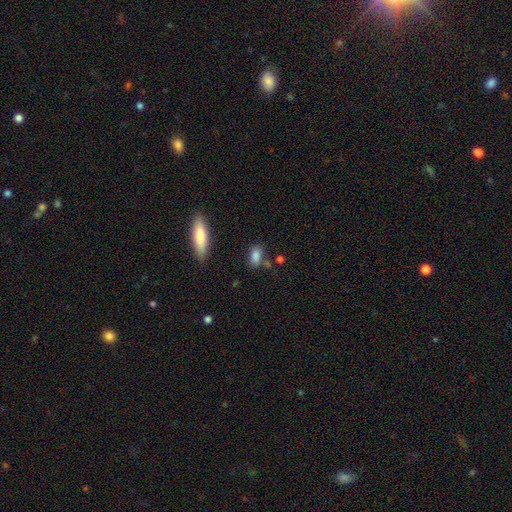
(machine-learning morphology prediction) smooth_or_featured: smooth (p=0.83) [alt: star or artifact p=0.09]
how_rounded: in between (p=0.82) [alt: cigar-shaped p=0.10]
merging: none (p=0.69) [alt: minor disturbance p=0.16]